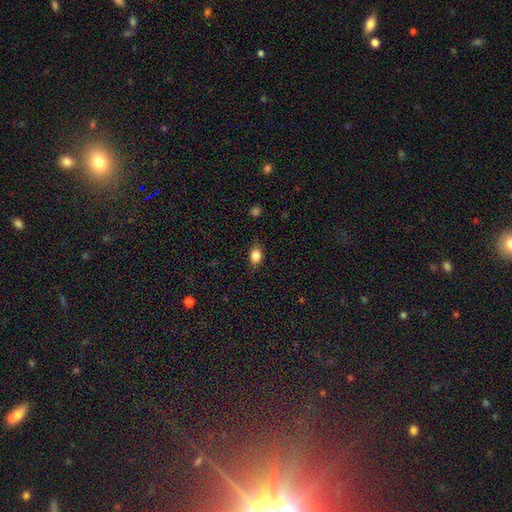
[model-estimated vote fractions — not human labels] Morphology: type=smooth (83%); roundness=in between (71%); merging=none (81%).